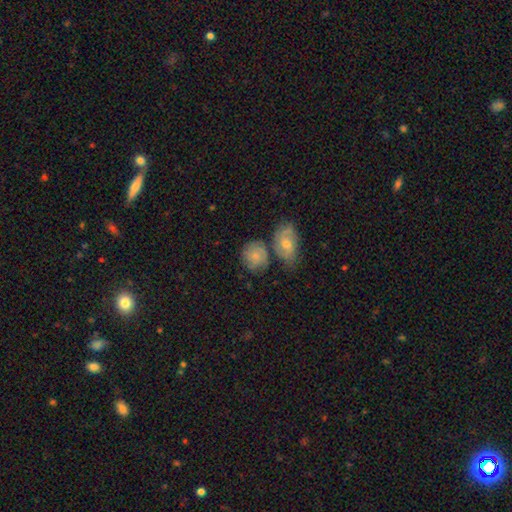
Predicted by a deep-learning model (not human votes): smooth 48%, featured or disk 43%, star or artifact 8%. Down the decision tree: merging — none (52%).